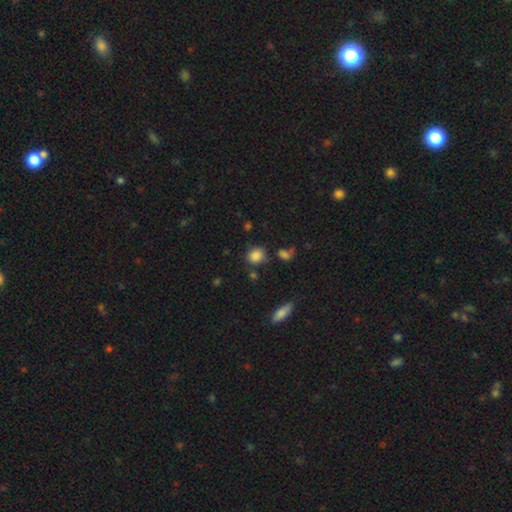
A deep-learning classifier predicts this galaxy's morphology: A smooth galaxy with no disk features (84%) that is round (67%). Merging: none (69%).